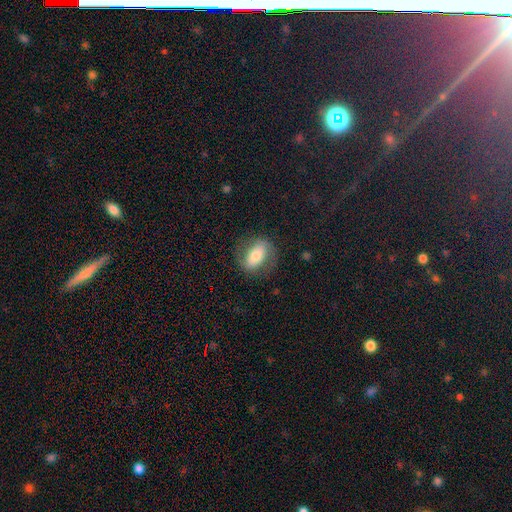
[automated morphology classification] Smooth or featured: smooth — 51% (featured or disk — 42%)
How rounded: in between — 82% (round — 15%)
Merging: none — 73% (minor disturbance — 16%)